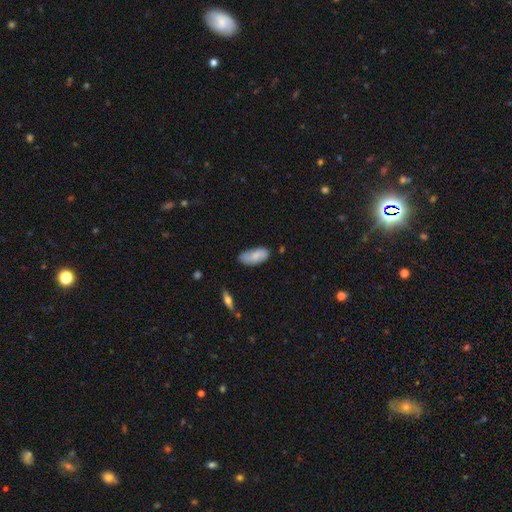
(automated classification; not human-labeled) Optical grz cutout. It shows a smooth galaxy with no disk features (76%) that is in between round and cigar-shaped (88%). Merging: none (69%).